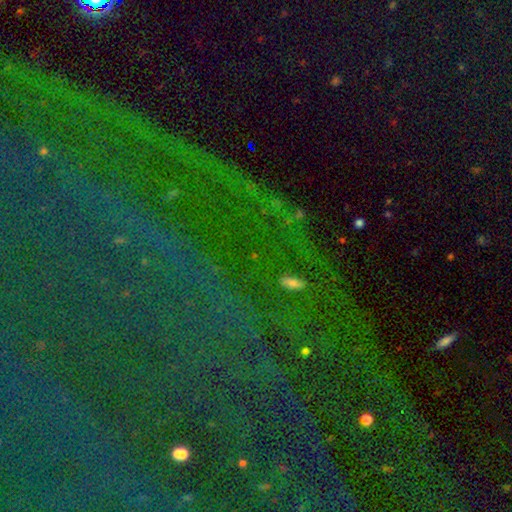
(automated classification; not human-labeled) smooth_or_featured: star or artifact (p=0.79) [alt: featured or disk p=0.11]